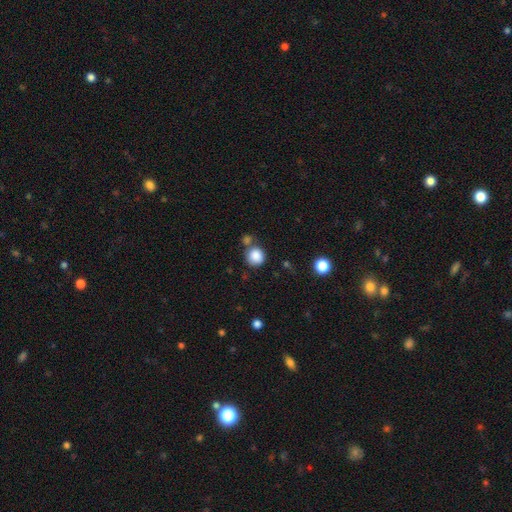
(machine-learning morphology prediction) A smooth galaxy with no disk features (87%) that is round (89%).

Vote fractions:
- Smooth or featured? smooth: 87% / star or artifact: 9% / featured or disk: 4%
- How rounded? round: 89% / in between: 10% / cigar-shaped: 1%
- Merging? none: 66% / merger: 18% / minor disturbance: 12% / major disturbance: 4%